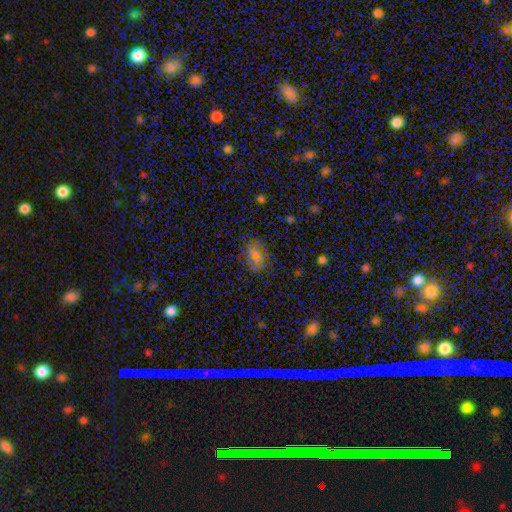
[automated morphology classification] Q: Smooth or featured?
A: smooth (66%); runner-up: star or artifact (26%)
Q: How rounded?
A: in between (73%); runner-up: round (25%)
Q: Merging?
A: none (81%); runner-up: minor disturbance (13%)